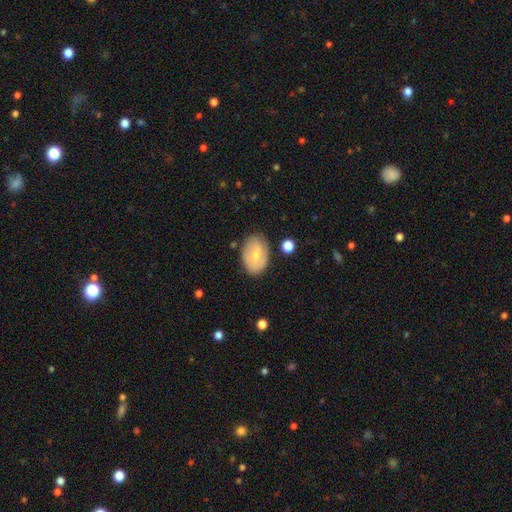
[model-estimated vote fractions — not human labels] The model was most divided on "smooth or featured": smooth: 53%, featured or disk: 40%, star or artifact: 7%. More confident: how rounded — in between (84%); merging — none (78%).